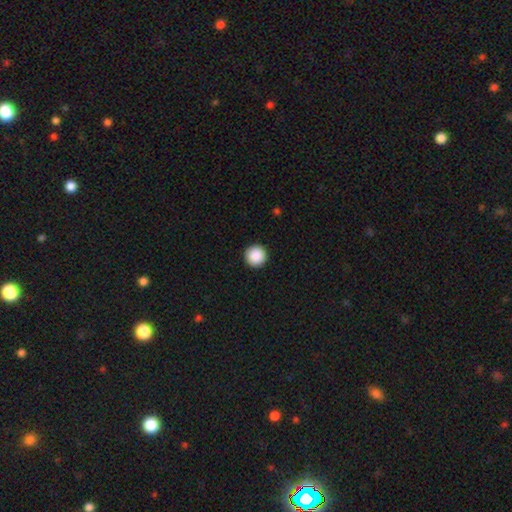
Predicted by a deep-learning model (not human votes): Morphology: type=smooth (89%); roundness=round (97%); merging=none (94%).